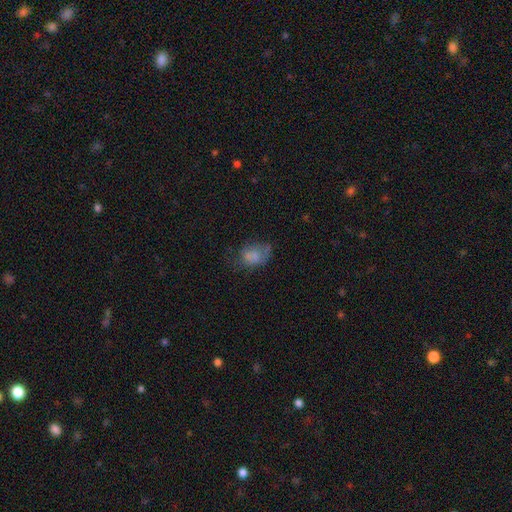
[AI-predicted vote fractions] smooth_or_featured: smooth (p=0.62) [alt: featured or disk p=0.22]
how_rounded: in between (p=0.69) [alt: round p=0.29]
merging: none (p=0.43) [alt: minor disturbance p=0.28]